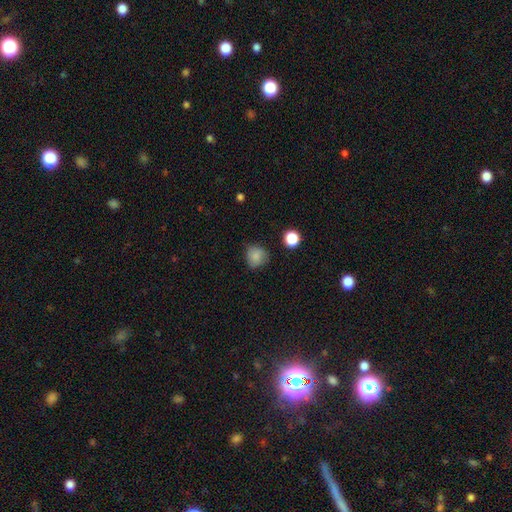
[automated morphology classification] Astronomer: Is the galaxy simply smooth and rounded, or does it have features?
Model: smooth — 84%.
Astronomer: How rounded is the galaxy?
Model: round — 84%.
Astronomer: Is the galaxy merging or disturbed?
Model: none — 71%.